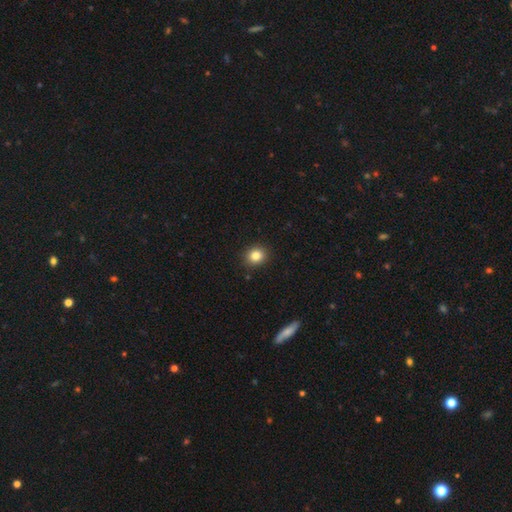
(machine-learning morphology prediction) Q: Smooth or featured?
A: smooth (84%); runner-up: star or artifact (11%)
Q: How rounded?
A: round (74%); runner-up: in between (25%)
Q: Merging?
A: none (90%); runner-up: minor disturbance (7%)